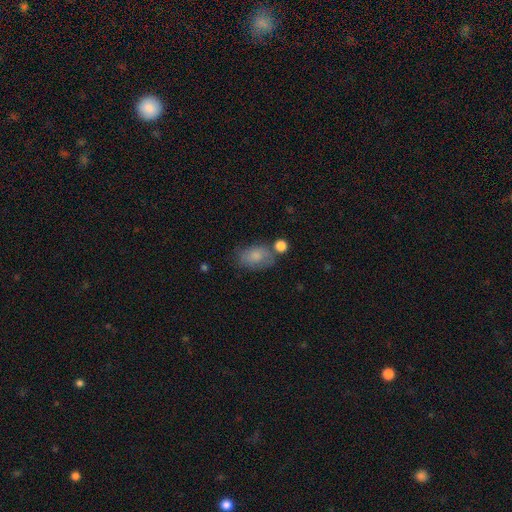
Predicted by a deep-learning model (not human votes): smooth 76%, featured or disk 16%, star or artifact 9%. Down the decision tree: how rounded — in between (85%); merging — none (54%).